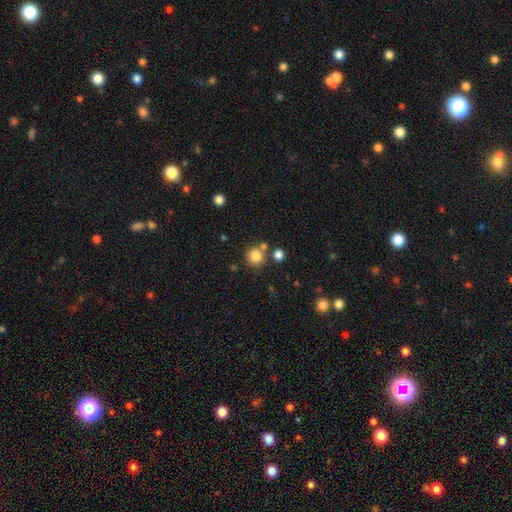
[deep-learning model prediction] Smooth or featured: smooth — 82% (star or artifact — 12%)
How rounded: round — 92% (in between — 7%)
Merging: none — 73% (merger — 16%)